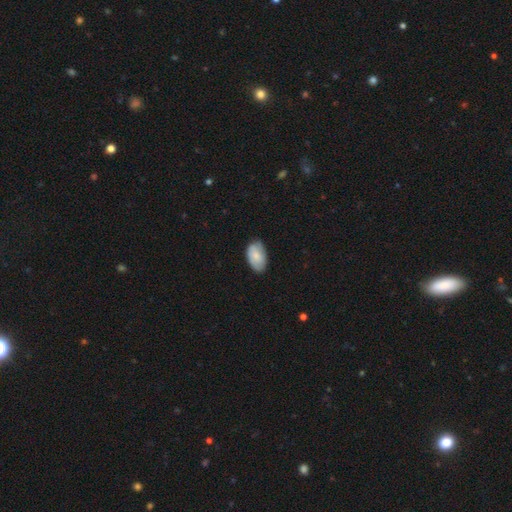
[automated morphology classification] This appears to be a smooth galaxy with no disk features (70%) that is in between round and cigar-shaped (93%). Merging: none (73%).